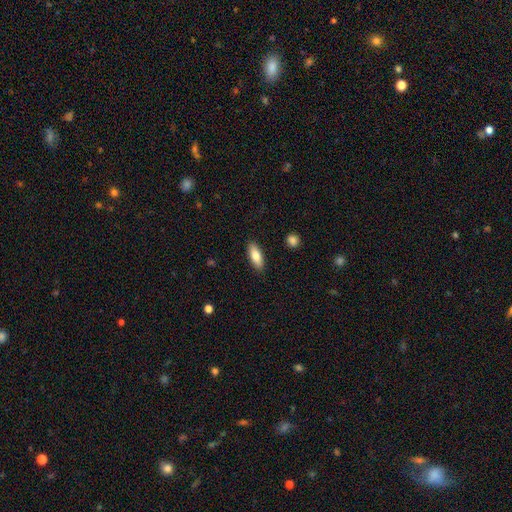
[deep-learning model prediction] smooth 80%, featured or disk 14%, star or artifact 6%. Down the decision tree: how rounded — in between (74%); merging — none (89%).